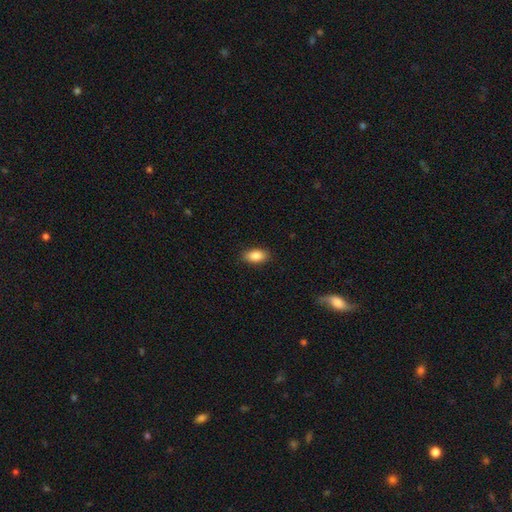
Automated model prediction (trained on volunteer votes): smooth-or-featured: smooth: 87% | star or artifact: 7% | featured or disk: 5%
  how-rounded: in between: 91% | round: 5% | cigar-shaped: 4%
  merging: none: 89% | minor disturbance: 8% | major disturbance: 2% | merger: 1%